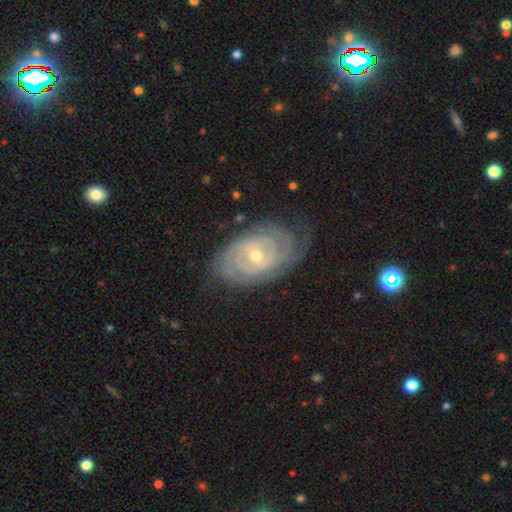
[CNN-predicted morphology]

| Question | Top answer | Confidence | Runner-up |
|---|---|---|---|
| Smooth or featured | featured or disk | 89% | smooth (6%) |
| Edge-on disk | no | 96% | yes (4%) |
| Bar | no | 60% | weak (31%) |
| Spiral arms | yes | 97% | no (3%) |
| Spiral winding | tight | 82% | medium (15%) |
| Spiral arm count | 2 | 31% | can't tell (27%) |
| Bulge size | small | 53% | moderate (44%) |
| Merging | none | 74% | minor disturbance (18%) |